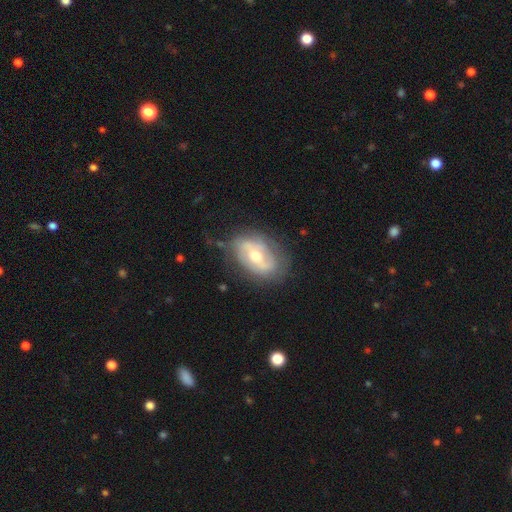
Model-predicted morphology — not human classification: The model was most divided on "bar": weak: 41%, no: 36%, strong: 22%. More confident: edge-on disk — no (95%); spiral arms — yes (73%); bulge size — moderate (72%); smooth or featured — featured or disk (71%); merging — none (71%).